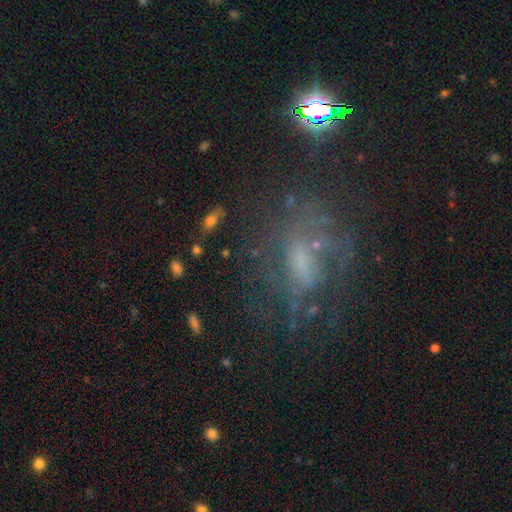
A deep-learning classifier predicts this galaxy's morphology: type=featured or disk (53%); edge-on=no (92%); merging=none (58%).